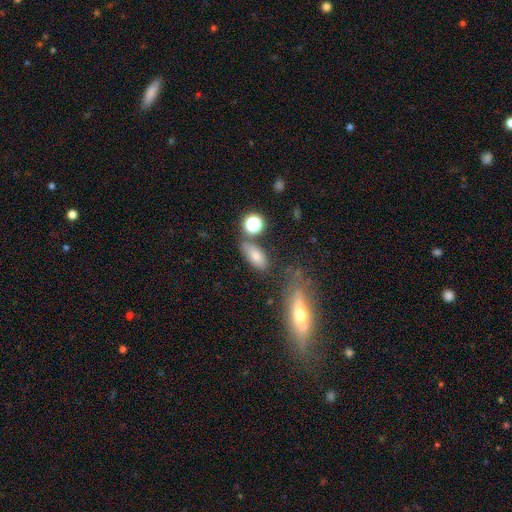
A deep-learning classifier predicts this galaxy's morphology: A smooth galaxy with no disk features (65%) that is in between round and cigar-shaped (75%). Merging: none (68%).